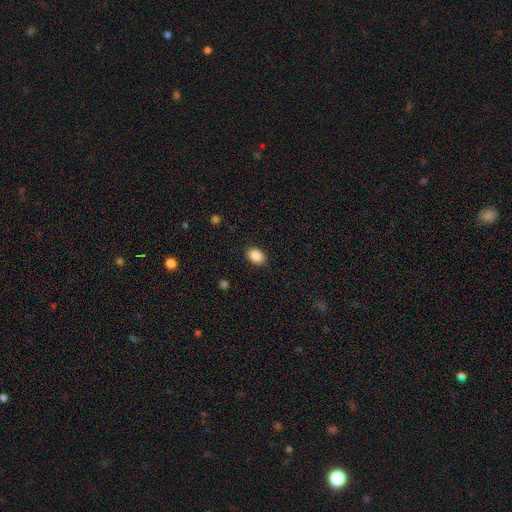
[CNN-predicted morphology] This is clearly a smooth galaxy (88%). How rounded: likely in between (74%). Merging: clearly none (89%).